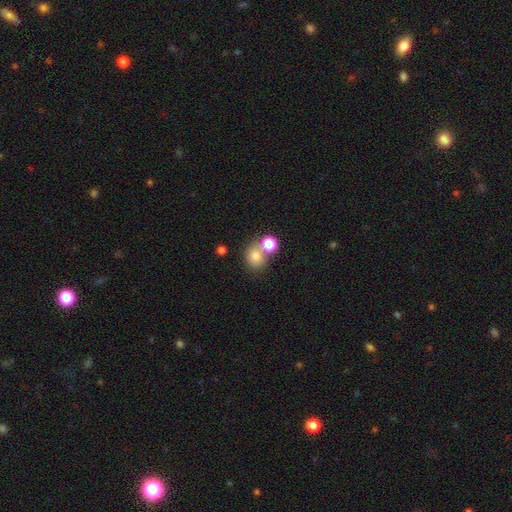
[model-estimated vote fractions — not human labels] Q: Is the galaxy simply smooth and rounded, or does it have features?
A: smooth — 76%.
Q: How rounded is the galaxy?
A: round — 75%.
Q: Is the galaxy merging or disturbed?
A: none — 58%.